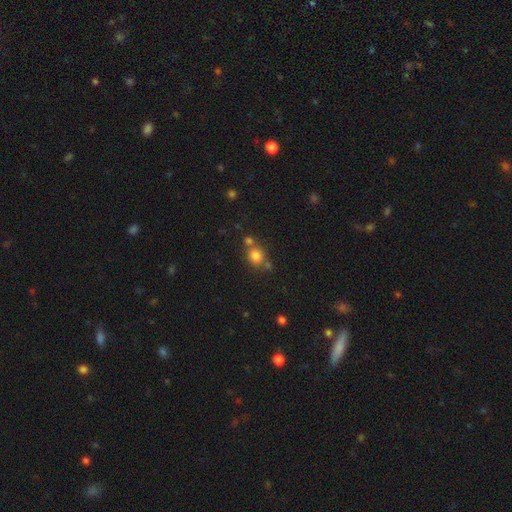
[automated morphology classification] Smooth or featured?
  - smooth: 79% *
  - star or artifact: 13%
  - featured or disk: 8%
How rounded?
  - round: 78% *
  - in between: 21%
  - cigar-shaped: 1%
Merging?
  - none: 58% *
  - merger: 27%
  - minor disturbance: 11%
  - major disturbance: 4%